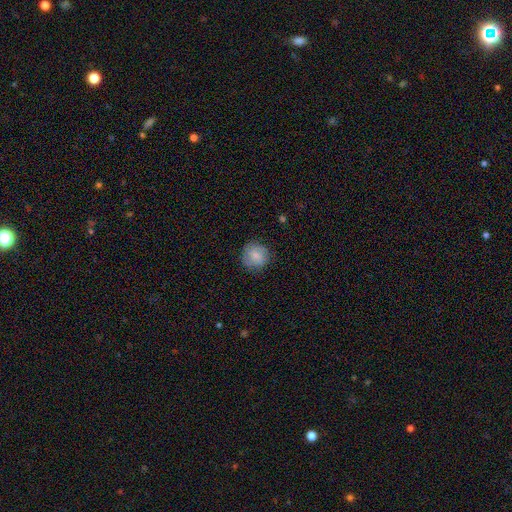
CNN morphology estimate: Smooth or featured?
  - smooth: 78% *
  - featured or disk: 15%
  - star or artifact: 7%
How rounded?
  - round: 91% *
  - in between: 8%
  - cigar-shaped: 1%
Merging?
  - none: 82% *
  - minor disturbance: 13%
  - major disturbance: 3%
  - merger: 1%